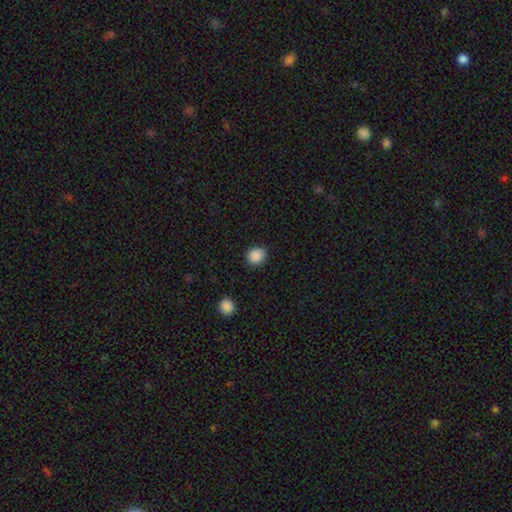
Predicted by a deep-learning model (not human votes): Smooth or featured? Predicted: smooth (p=0.88). How rounded? Predicted: round (p=0.80). Merging? Predicted: none (p=0.83).